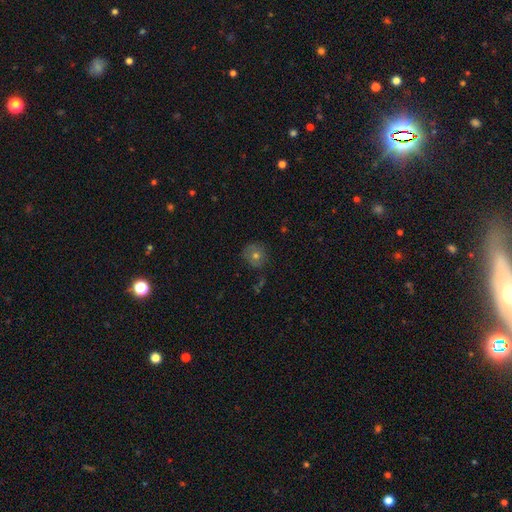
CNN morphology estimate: smooth-or-featured: smooth: 58% | featured or disk: 25% | star or artifact: 17%
  how-rounded: round: 89% | in between: 10% | cigar-shaped: 1%
  merging: none: 75% | minor disturbance: 17% | major disturbance: 5% | merger: 3%